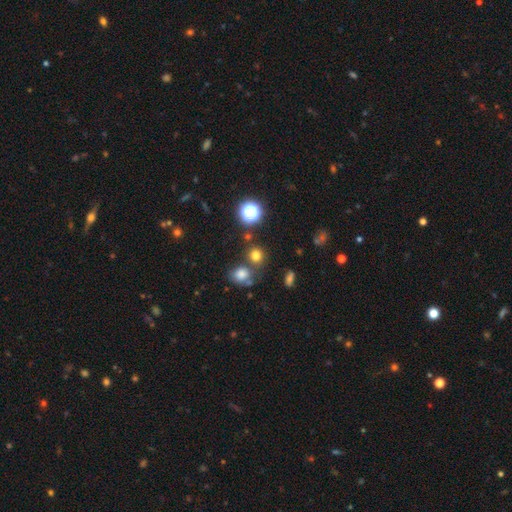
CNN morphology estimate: This is likely a smooth galaxy (73%). How rounded: clearly round (83%). Merging: likely none (69%).